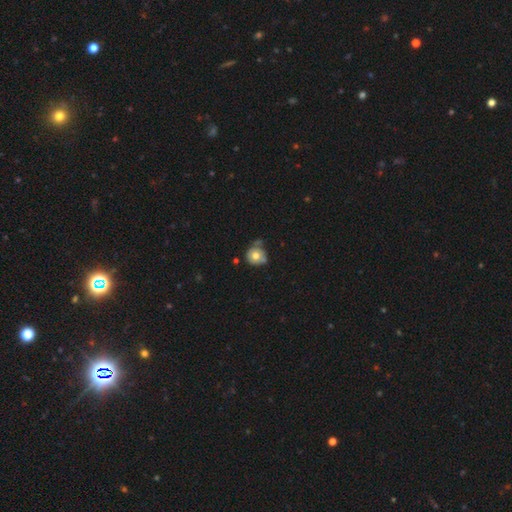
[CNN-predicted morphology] smooth 69%, featured or disk 22%, star or artifact 9%. Down the decision tree: how rounded — round (86%); merging — none (51%).